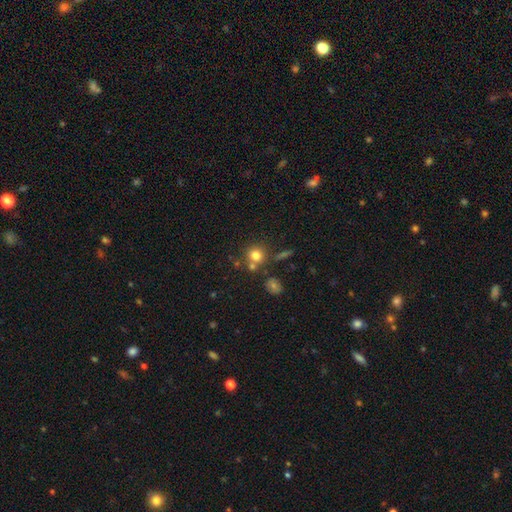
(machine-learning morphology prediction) smooth 77%, star or artifact 14%, featured or disk 10%. Down the decision tree: how rounded — round (87%); merging — none (66%).